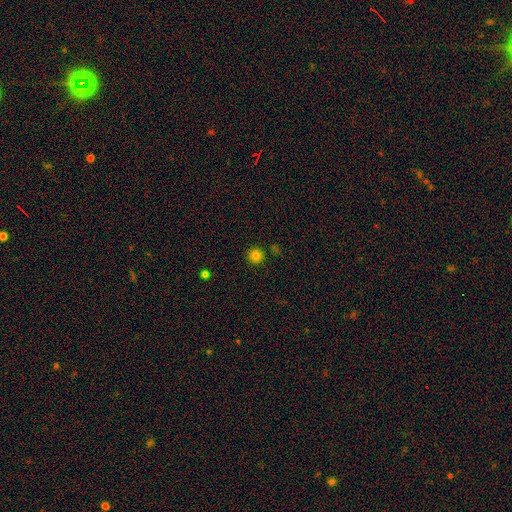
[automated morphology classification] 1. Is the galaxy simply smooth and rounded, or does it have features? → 80% smooth, 15% star or artifact, 5% featured or disk.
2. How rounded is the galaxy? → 95% round, 4% in between, 1% cigar-shaped.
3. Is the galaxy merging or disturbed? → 89% none, 7% minor disturbance, 3% merger, 2% major disturbance.